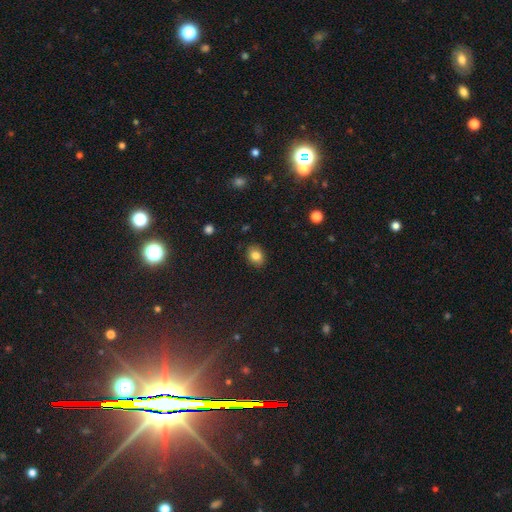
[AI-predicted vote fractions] Q: Smooth or featured?
A: smooth (82%); runner-up: star or artifact (10%)
Q: How rounded?
A: in between (54%); runner-up: round (45%)
Q: Merging?
A: none (87%); runner-up: minor disturbance (10%)